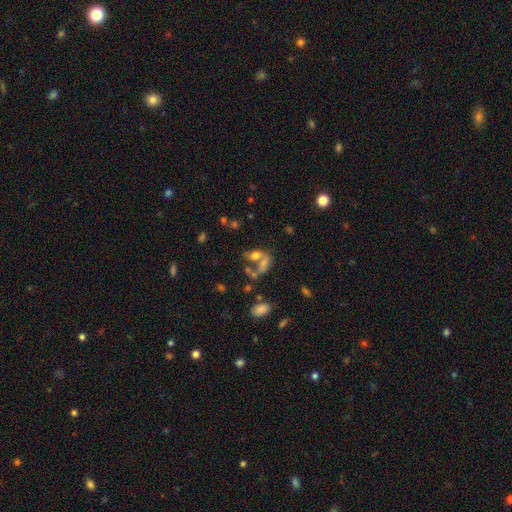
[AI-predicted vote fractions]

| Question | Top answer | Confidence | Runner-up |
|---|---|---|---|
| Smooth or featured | smooth | 57% | featured or disk (28%) |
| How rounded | in between | 77% | round (20%) |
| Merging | merger | 55% | none (22%) |